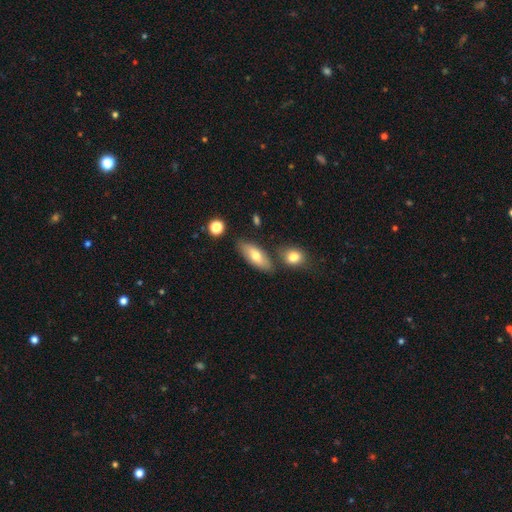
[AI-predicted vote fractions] Q: Smooth or featured?
A: smooth (70%); runner-up: featured or disk (23%)
Q: How rounded?
A: in between (77%); runner-up: cigar-shaped (20%)
Q: Merging?
A: none (75%); runner-up: minor disturbance (13%)